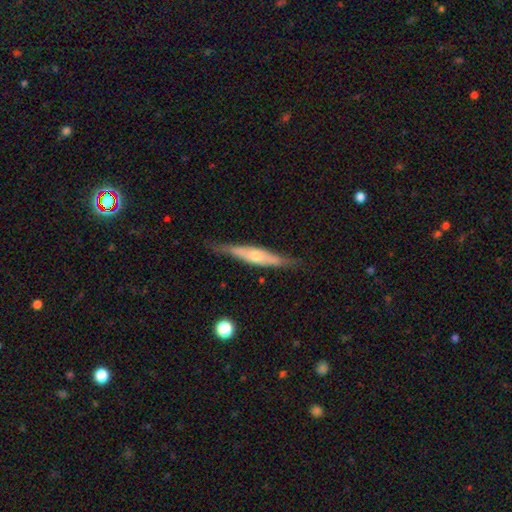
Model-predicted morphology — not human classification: Smooth or featured? featured or disk (64%)
Edge-on disk? yes (91%)
Edge-on bulge? rounded (80%)
Merging? none (82%)